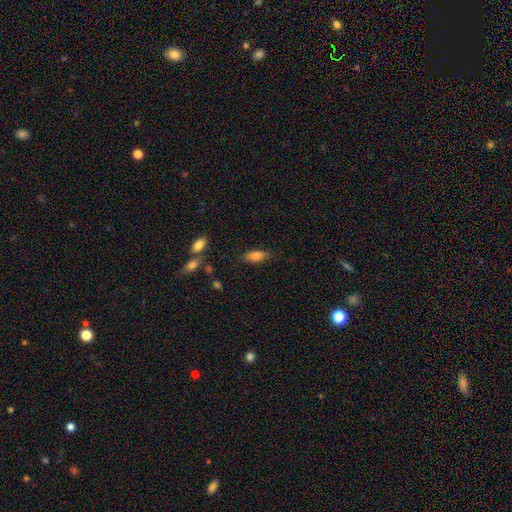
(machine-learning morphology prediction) Smooth or featured? Predicted: smooth (p=0.81). How rounded? Predicted: in between (p=0.80). Merging? Predicted: none (p=0.71).